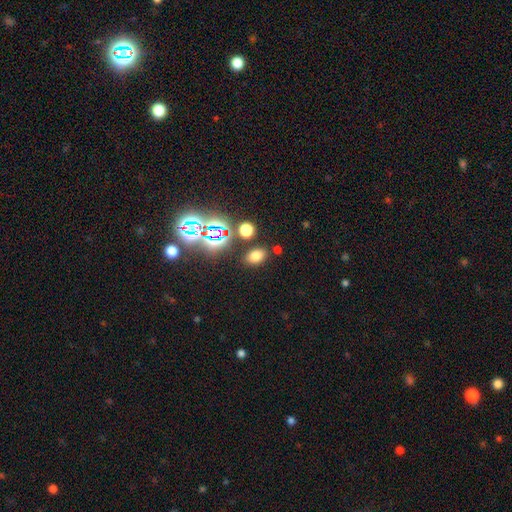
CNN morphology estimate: smooth 70%, star or artifact 23%, featured or disk 7%. Down the decision tree: how rounded — in between (78%); merging — none (82%).